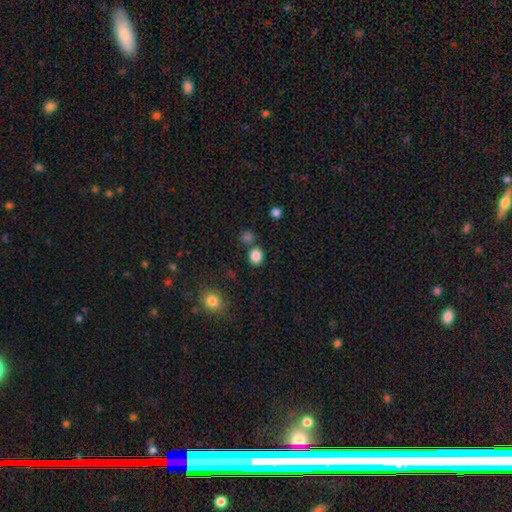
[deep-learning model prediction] Smooth or featured? smooth (85%)
How rounded? round (67%)
Merging? none (75%)